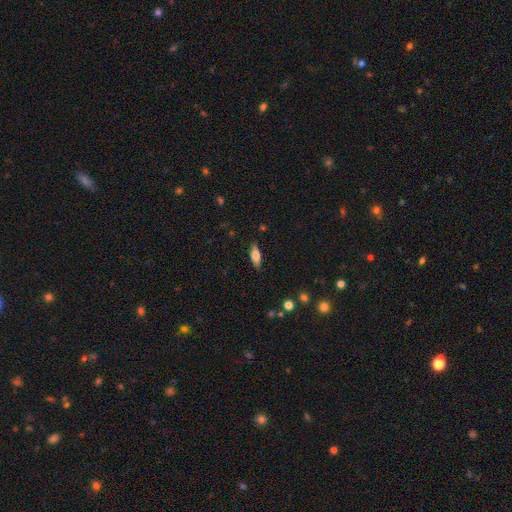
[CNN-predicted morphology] This is possibly a smooth galaxy (56%). How rounded: possibly in between (58%). Merging: clearly none (87%).